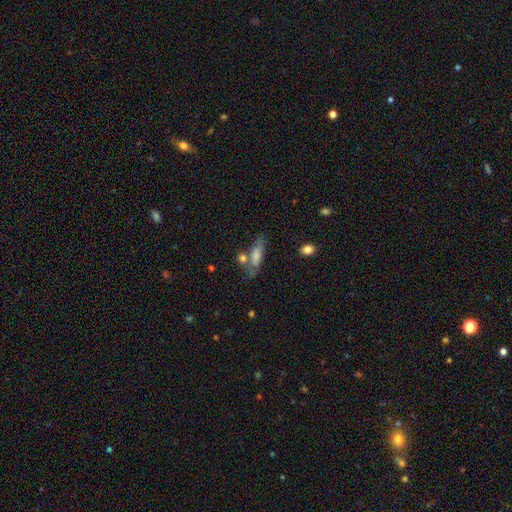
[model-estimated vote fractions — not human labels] Overall: smooth (67%). How rounded: in between (59%; cigar-shaped 37%). Merging: none (47%; minor disturbance 22%).